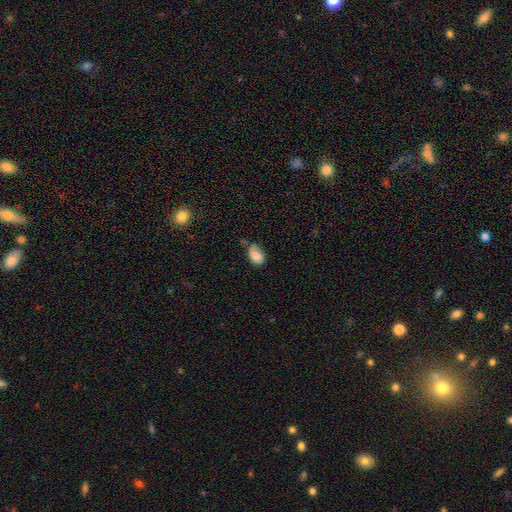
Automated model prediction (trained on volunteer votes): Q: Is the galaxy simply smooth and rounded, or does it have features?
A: smooth — 83%.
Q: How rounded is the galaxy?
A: in between — 85%.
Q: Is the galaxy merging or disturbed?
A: none — 50%.